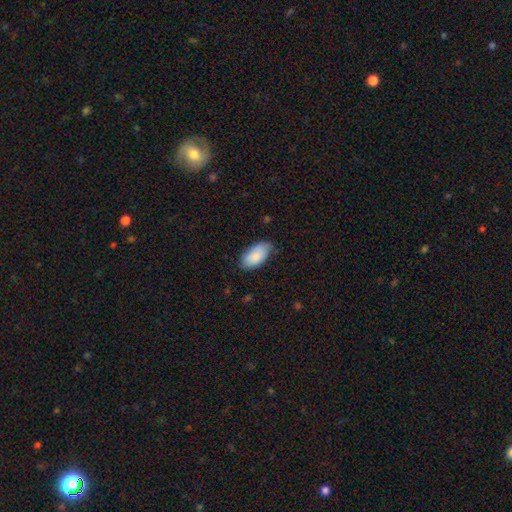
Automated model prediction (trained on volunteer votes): smooth_or_featured: smooth (p=0.87) [alt: featured or disk p=0.08]
how_rounded: in between (p=0.95) [alt: cigar-shaped p=0.03]
merging: none (p=0.75) [alt: minor disturbance p=0.21]